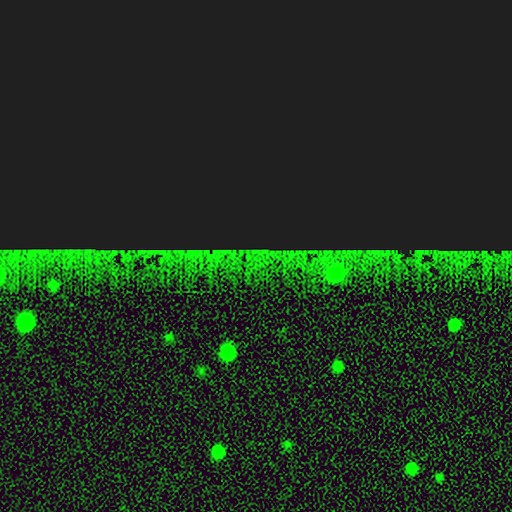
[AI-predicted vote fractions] Overall: star or artifact (86%).